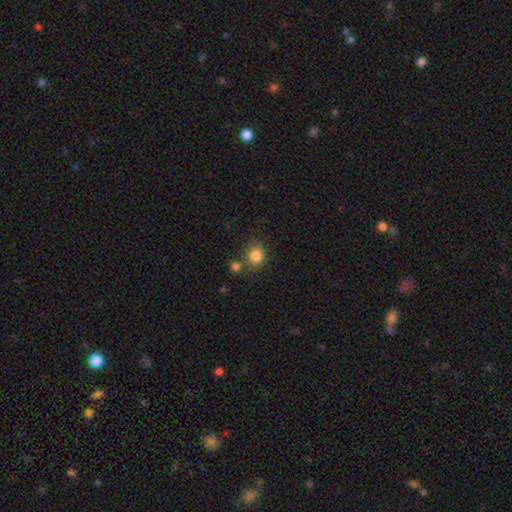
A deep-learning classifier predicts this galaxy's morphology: A smooth galaxy with no disk features (84%) that is round (73%).

Vote fractions:
- Smooth or featured? smooth: 84% / star or artifact: 10% / featured or disk: 5%
- How rounded? round: 73% / in between: 26% / cigar-shaped: 1%
- Merging? none: 69% / merger: 14% / minor disturbance: 13% / major disturbance: 4%